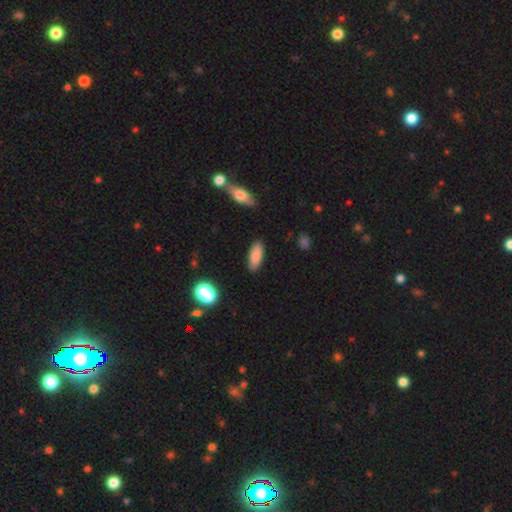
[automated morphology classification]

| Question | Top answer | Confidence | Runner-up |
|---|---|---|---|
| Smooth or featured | smooth | 83% | featured or disk (10%) |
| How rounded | in between | 70% | cigar-shaped (28%) |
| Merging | none | 85% | minor disturbance (11%) |